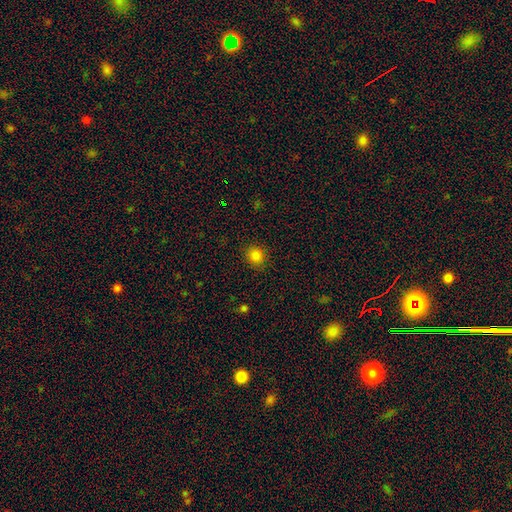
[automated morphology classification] A smooth galaxy with no disk features (83%) that is round (87%).

Vote fractions:
- Smooth or featured? smooth: 83% / star or artifact: 13% / featured or disk: 4%
- How rounded? round: 87% / in between: 12% / cigar-shaped: 1%
- Merging? none: 90% / minor disturbance: 7% / major disturbance: 2% / merger: 1%